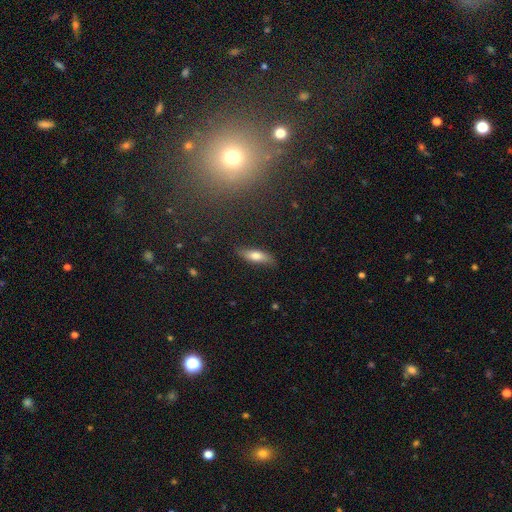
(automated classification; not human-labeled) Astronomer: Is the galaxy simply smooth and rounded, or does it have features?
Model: smooth — 69%.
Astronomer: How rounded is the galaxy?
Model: in between — 51% (runner-up: cigar-shaped, 46%).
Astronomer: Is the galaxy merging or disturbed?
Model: none — 82%.